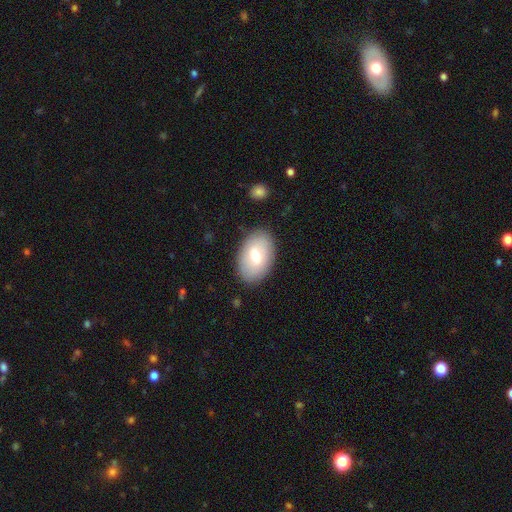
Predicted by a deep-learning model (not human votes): smooth_or_featured: smooth (p=0.69) [alt: featured or disk p=0.25]
how_rounded: in between (p=0.91) [alt: round p=0.08]
merging: none (p=0.86) [alt: minor disturbance p=0.10]